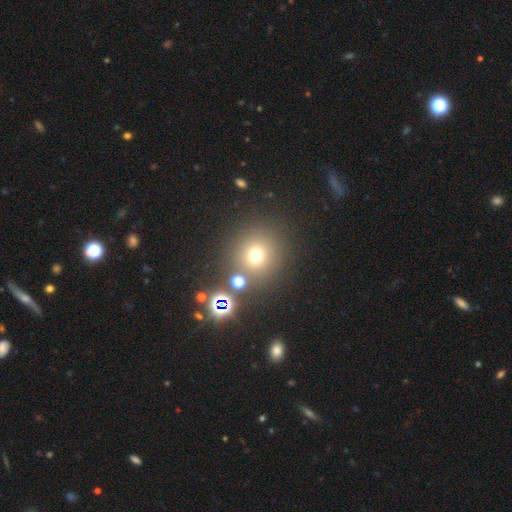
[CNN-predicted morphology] A smooth galaxy with no disk features (68%) that is round (89%). Merging: none (79%).